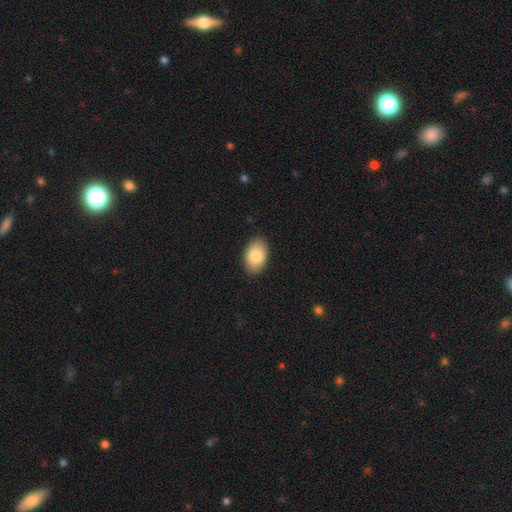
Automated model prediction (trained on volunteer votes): Overall: smooth (84%). How rounded: in between (92%). Merging: none (88%).